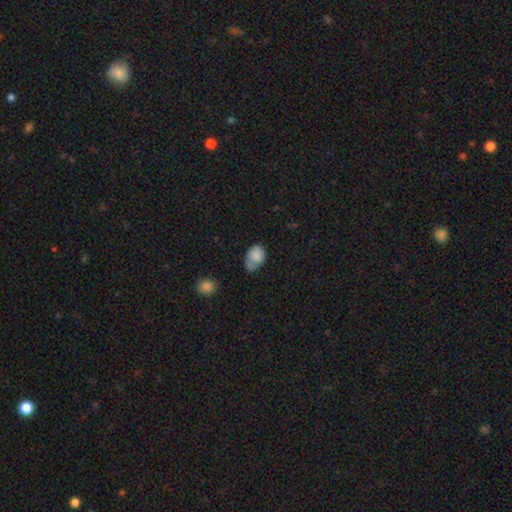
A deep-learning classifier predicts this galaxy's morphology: smooth 79%, featured or disk 13%, star or artifact 8%. Down the decision tree: how rounded — in between (78%); merging — none (40%).